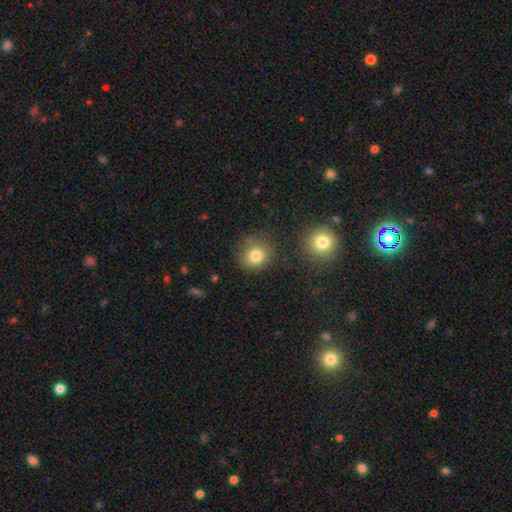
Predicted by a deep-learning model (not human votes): Q: Smooth or featured?
A: smooth (82%); runner-up: star or artifact (11%)
Q: How rounded?
A: round (72%); runner-up: in between (27%)
Q: Merging?
A: none (75%); runner-up: minor disturbance (15%)